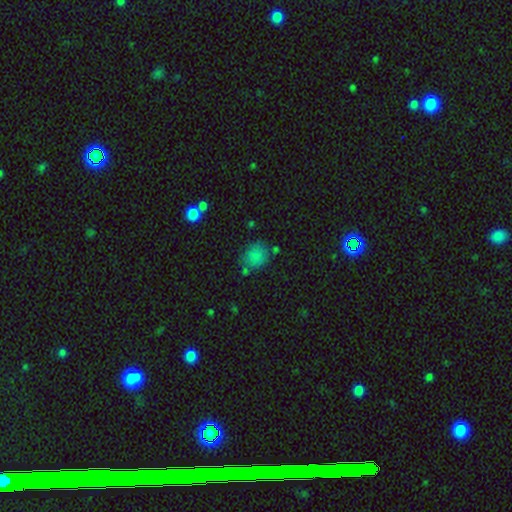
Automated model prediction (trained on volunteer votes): A smooth galaxy with no disk features (80%) that is round (65%). Merging: none (66%).